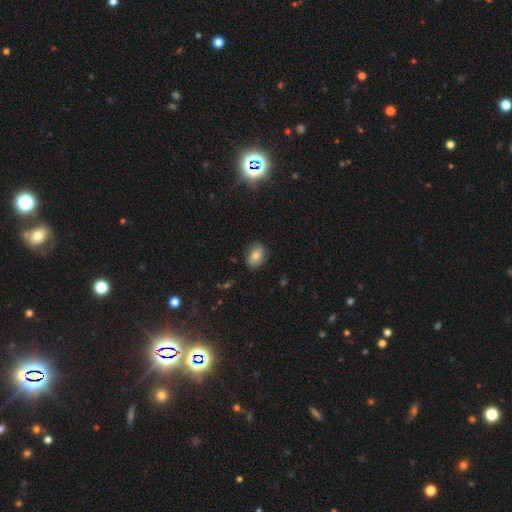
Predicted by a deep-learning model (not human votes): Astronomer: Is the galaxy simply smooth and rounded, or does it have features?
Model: smooth — 78%.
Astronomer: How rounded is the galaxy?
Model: in between — 80%.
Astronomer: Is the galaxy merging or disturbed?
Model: none — 81%.